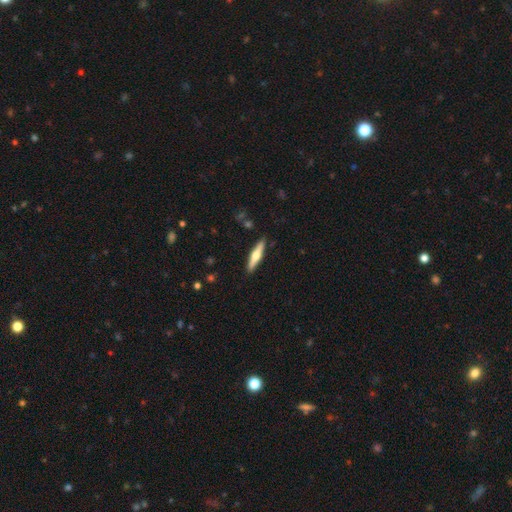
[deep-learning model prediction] A featured or disk galaxy (55%) viewed edge-on (95%) with a rounded central bulge (93%). Merging: none (90%).